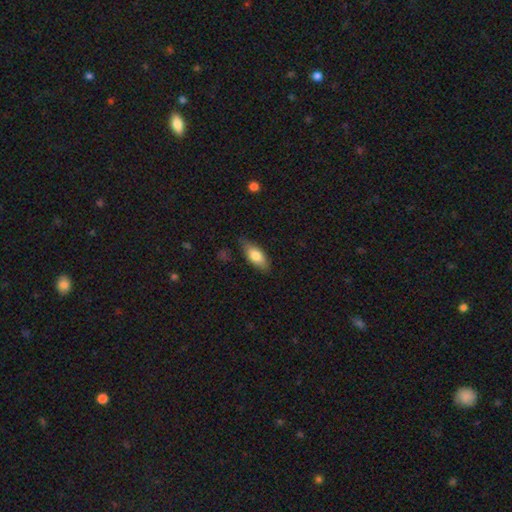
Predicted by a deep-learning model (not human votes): A smooth galaxy with no disk features (78%) that is in between round and cigar-shaped (80%). Merging: none (77%).